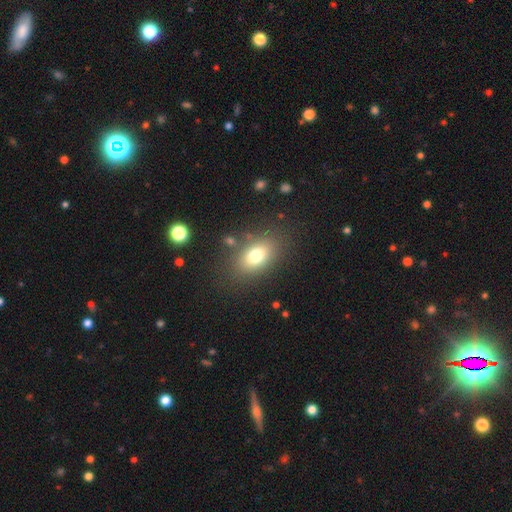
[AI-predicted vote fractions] Morphology: type=smooth (74%); roundness=in between (81%); merging=none (80%).